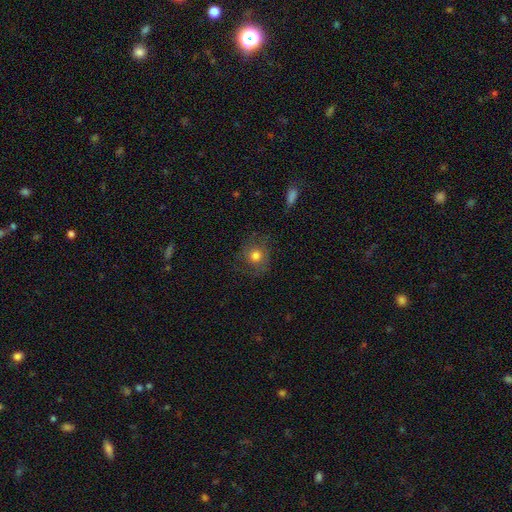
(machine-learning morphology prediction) Smooth or featured? smooth (60%)
How rounded? round (84%)
Merging? none (72%)